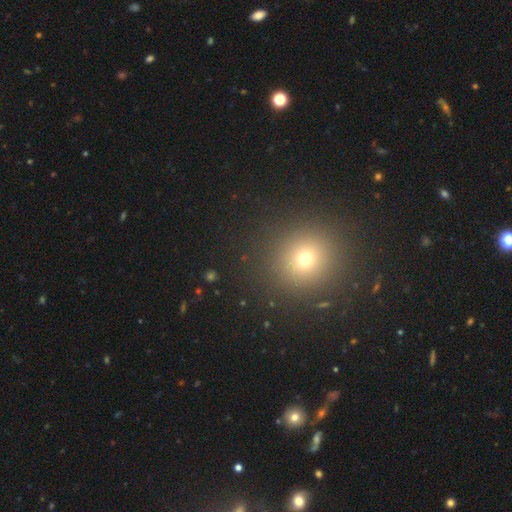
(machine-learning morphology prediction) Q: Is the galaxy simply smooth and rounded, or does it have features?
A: smooth — 60%.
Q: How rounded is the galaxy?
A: round — 92%.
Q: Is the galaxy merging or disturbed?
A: none — 92%.